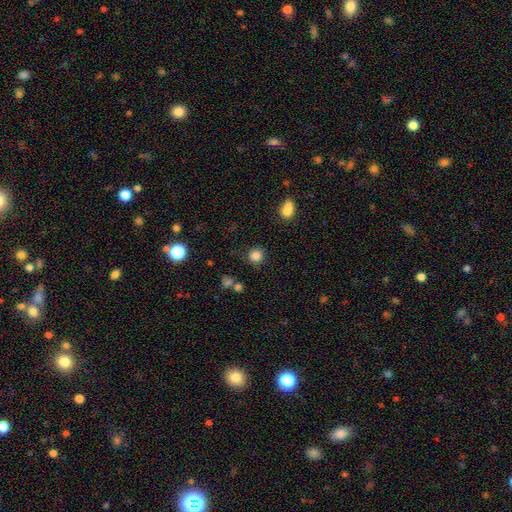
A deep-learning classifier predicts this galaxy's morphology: Smooth or featured: smooth — 84% (star or artifact — 12%)
How rounded: round — 91% (in between — 8%)
Merging: none — 84% (minor disturbance — 9%)